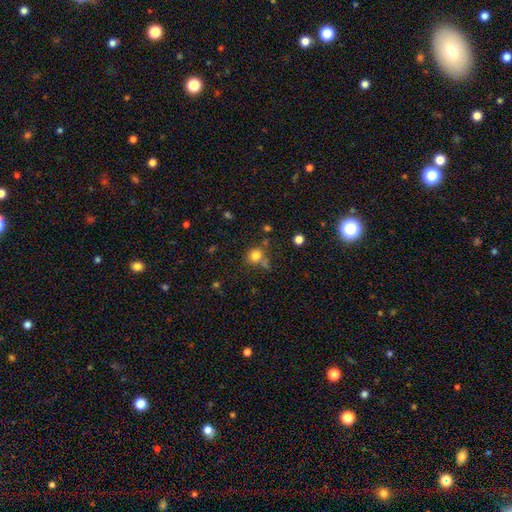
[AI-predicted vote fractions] smooth_or_featured: smooth (p=0.80) [alt: star or artifact p=0.14]
how_rounded: round (p=0.81) [alt: in between p=0.18]
merging: none (p=0.61) [alt: minor disturbance p=0.16]